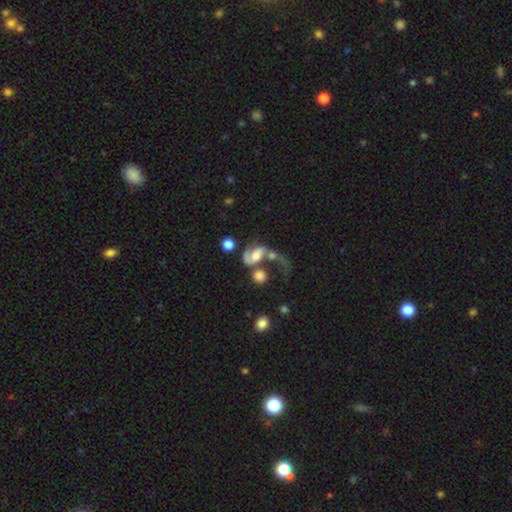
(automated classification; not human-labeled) The model was most divided on "bar": no: 44%, weak: 37%, strong: 20%. Remaining: edge-on disk — no (96%); spiral arms — yes (88%); smooth or featured — featured or disk (70%); spiral arm count — 2 (63%); spiral winding — loose (60%); bulge size — moderate (43%); merging — merger (42%).